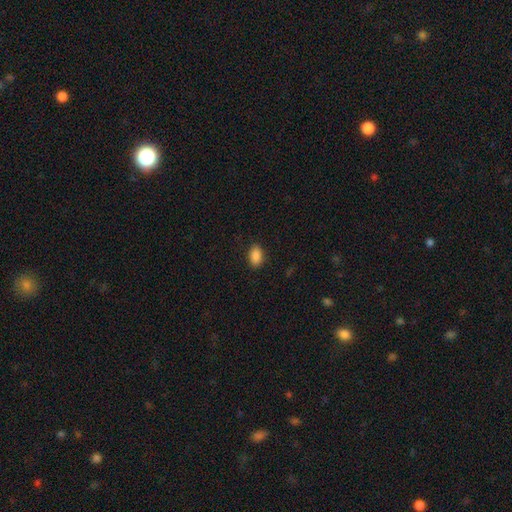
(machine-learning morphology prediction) A smooth galaxy with no disk features (89%) that is in between round and cigar-shaped (91%).

Vote fractions:
- Smooth or featured? smooth: 89% / star or artifact: 8% / featured or disk: 3%
- How rounded? in between: 91% / round: 7% / cigar-shaped: 2%
- Merging? none: 88% / minor disturbance: 9% / major disturbance: 2% / merger: 1%